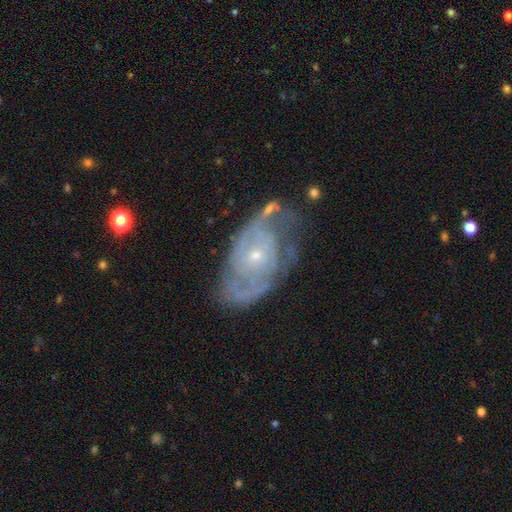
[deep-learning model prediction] Morphology: type=featured or disk (83%); edge-on=no (96%); bar=no (74%); spiral arms=yes (88%); winding=tight (52%); arm count=2 (42%); bulge=small (78%); merging=none (55%).